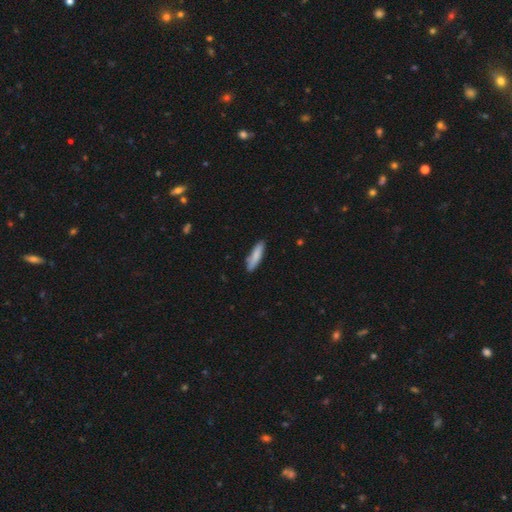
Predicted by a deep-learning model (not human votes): smooth-or-featured: smooth: 83% | featured or disk: 11% | star or artifact: 6%
  how-rounded: cigar-shaped: 74% | in between: 25% | round: 1%
  merging: none: 83% | minor disturbance: 13% | major disturbance: 2% | merger: 2%